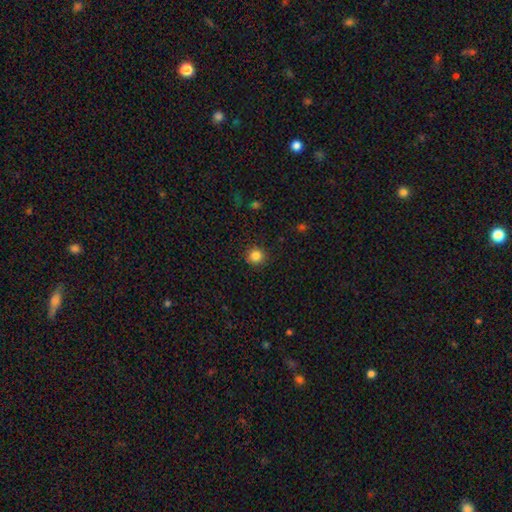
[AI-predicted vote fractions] Q: Smooth or featured?
A: smooth (85%); runner-up: star or artifact (11%)
Q: How rounded?
A: round (93%); runner-up: in between (7%)
Q: Merging?
A: none (90%); runner-up: minor disturbance (6%)